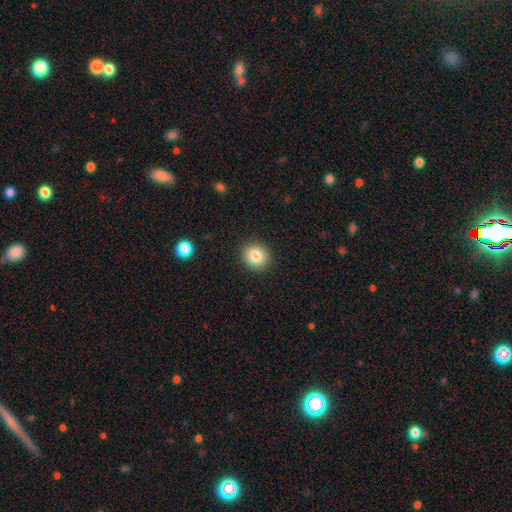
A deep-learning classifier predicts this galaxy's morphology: smooth 83%, star or artifact 10%, featured or disk 7%. Down the decision tree: how rounded — round (88%); merging — none (91%).